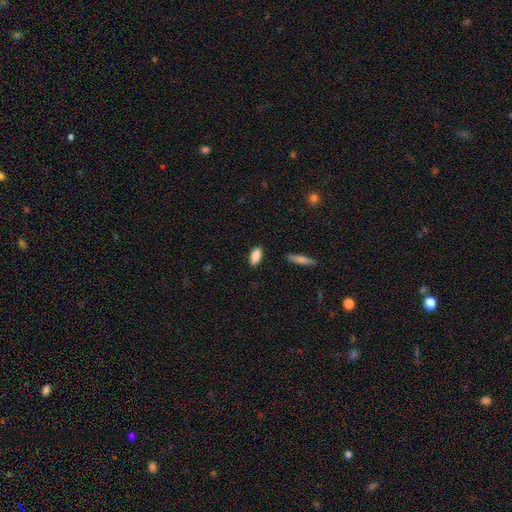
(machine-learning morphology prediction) Smooth or featured: smooth — 87% (star or artifact — 7%)
How rounded: in between — 87% (cigar-shaped — 10%)
Merging: none — 87% (minor disturbance — 10%)